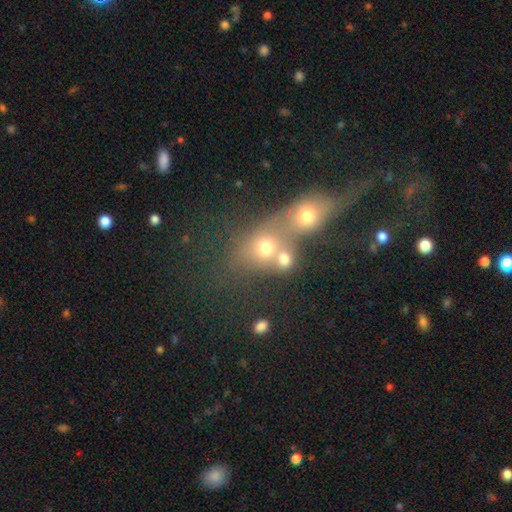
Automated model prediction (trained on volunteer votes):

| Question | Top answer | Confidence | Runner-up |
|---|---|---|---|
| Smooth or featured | smooth | 54% | featured or disk (24%) |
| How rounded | round | 63% | in between (33%) |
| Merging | merger | 66% | none (20%) |